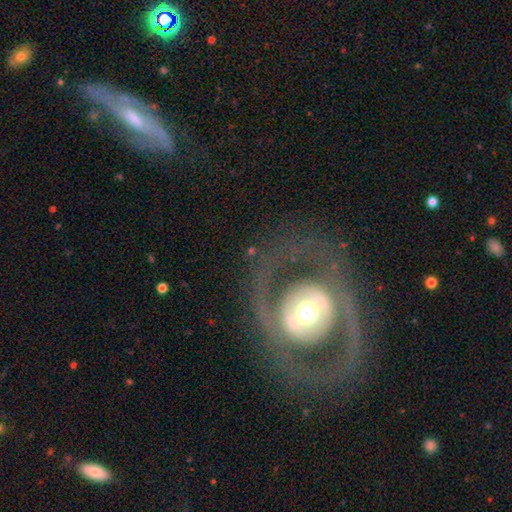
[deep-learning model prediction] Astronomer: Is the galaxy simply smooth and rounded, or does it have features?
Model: featured or disk — 75%.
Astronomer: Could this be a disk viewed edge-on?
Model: no — 94%.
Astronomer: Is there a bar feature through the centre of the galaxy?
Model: no — 55%.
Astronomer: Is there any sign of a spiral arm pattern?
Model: yes — 52% (runner-up: no, 48%).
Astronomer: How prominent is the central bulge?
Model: moderate — 63%.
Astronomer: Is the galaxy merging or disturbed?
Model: none — 75%.